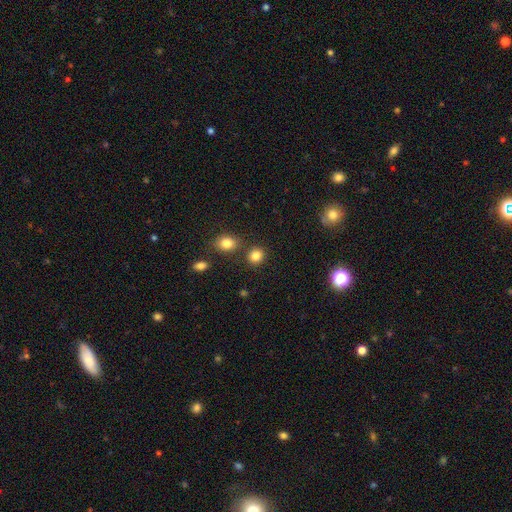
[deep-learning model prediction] Smooth or featured?
  - smooth: 84% *
  - star or artifact: 11%
  - featured or disk: 5%
How rounded?
  - round: 77% *
  - in between: 22%
  - cigar-shaped: 1%
Merging?
  - none: 79% *
  - merger: 9%
  - minor disturbance: 8%
  - major disturbance: 3%